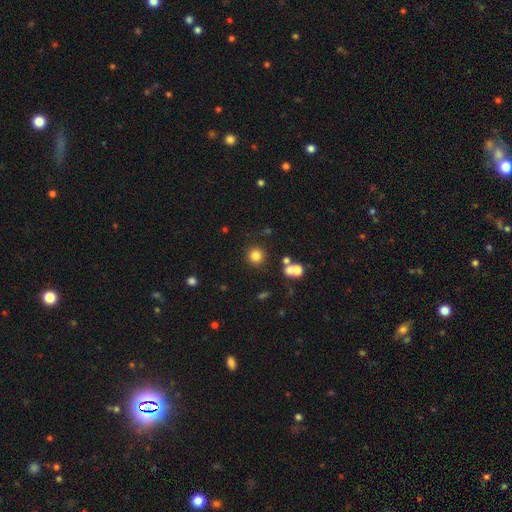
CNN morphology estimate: Smooth or featured? Predicted: smooth (p=0.80). How rounded? Predicted: round (p=0.94). Merging? Predicted: none (p=0.85).